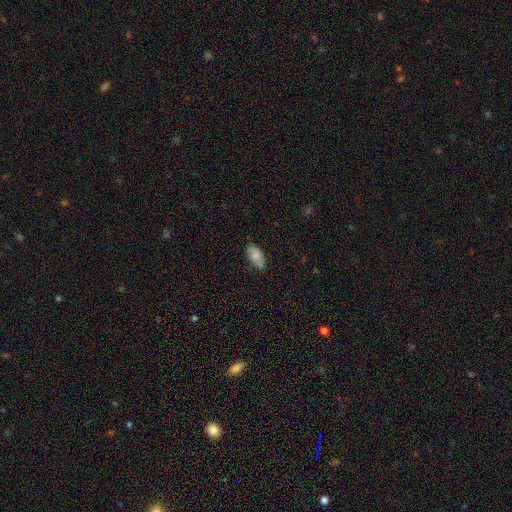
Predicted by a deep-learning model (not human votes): A smooth galaxy with no disk features (77%) that is in between round and cigar-shaped (93%). Merging: none (77%).